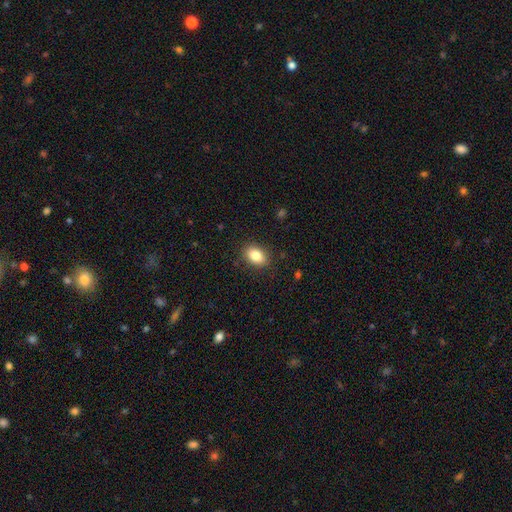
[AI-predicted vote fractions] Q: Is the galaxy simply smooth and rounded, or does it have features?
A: smooth — 84%.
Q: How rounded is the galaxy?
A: in between — 79%.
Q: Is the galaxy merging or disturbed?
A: none — 88%.